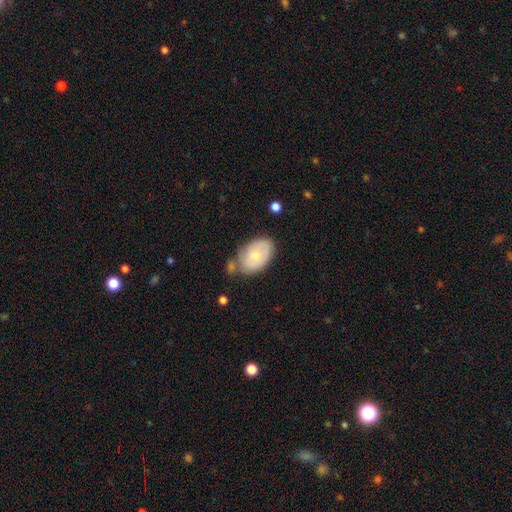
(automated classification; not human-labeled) The model was most divided on "smooth or featured": smooth: 65%, featured or disk: 30%, star or artifact: 6%. More confident: how rounded — in between (90%); merging — none (60%).